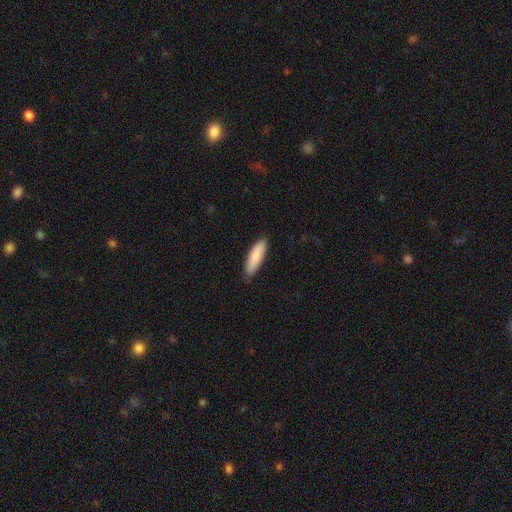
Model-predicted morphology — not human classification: Smooth or featured? smooth (84%)
How rounded? cigar-shaped (52%)
Merging? none (85%)